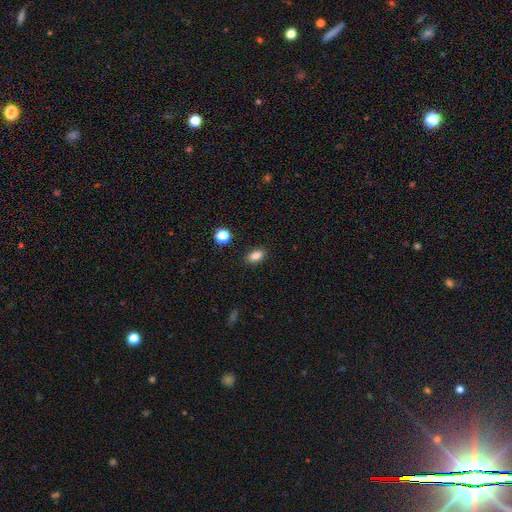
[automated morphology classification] Smooth or featured? Predicted: smooth (p=0.84). How rounded? Predicted: in between (p=0.85). Merging? Predicted: none (p=0.87).